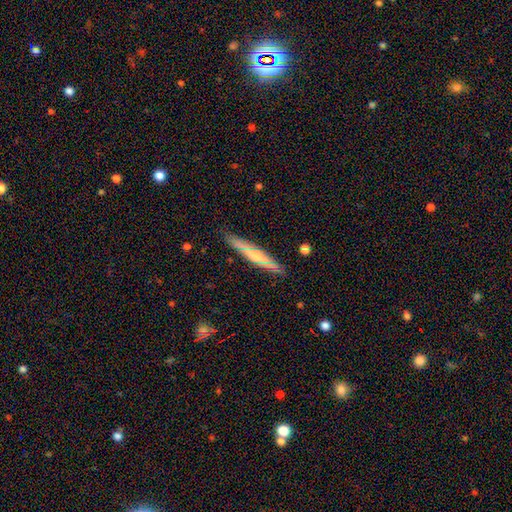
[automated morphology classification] Q: Smooth or featured?
A: featured or disk (50%); runner-up: smooth (44%)
Q: Edge-on disk?
A: yes (90%); runner-up: no (10%)
Q: Merging?
A: none (86%); runner-up: minor disturbance (11%)